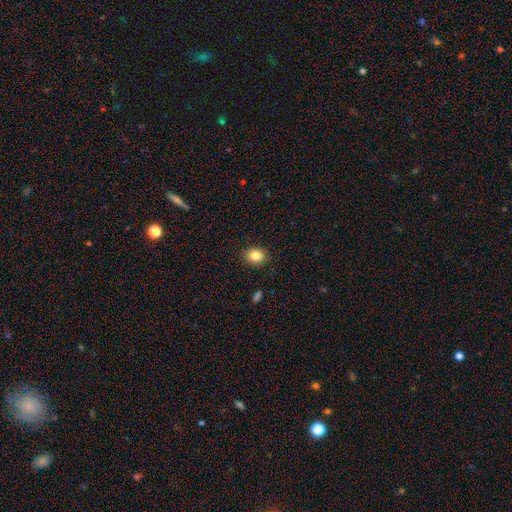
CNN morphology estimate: Smooth or featured: smooth — 84% (star or artifact — 9%)
How rounded: round — 50% (in between — 49%)
Merging: none — 89% (minor disturbance — 8%)